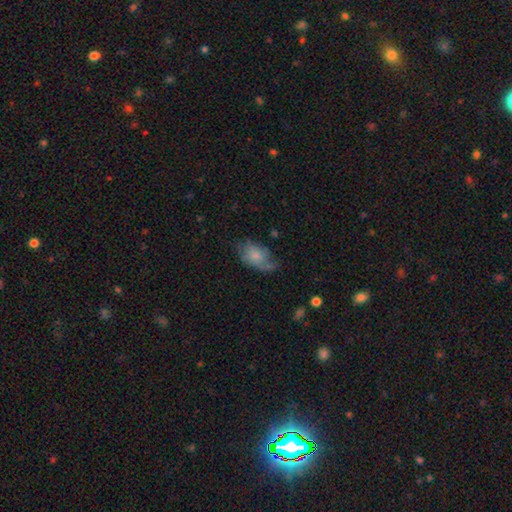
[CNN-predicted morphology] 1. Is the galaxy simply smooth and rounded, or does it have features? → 53% smooth, 39% featured or disk, 8% star or artifact.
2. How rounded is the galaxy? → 88% in between, 11% round, 2% cigar-shaped.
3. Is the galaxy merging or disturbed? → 43% none, 32% minor disturbance, 23% major disturbance, 3% merger.